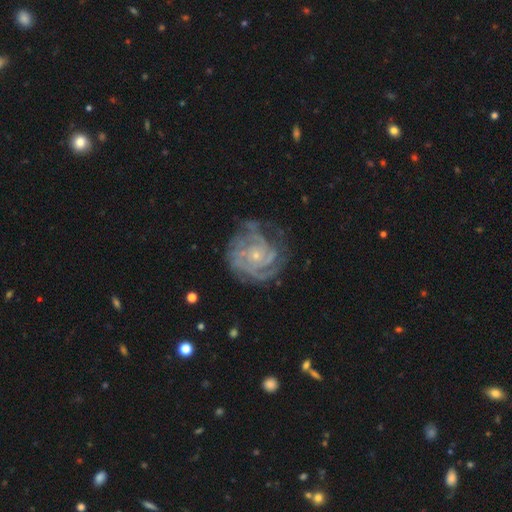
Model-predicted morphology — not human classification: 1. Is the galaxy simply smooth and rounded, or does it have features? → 89% featured or disk, 6% star or artifact, 6% smooth.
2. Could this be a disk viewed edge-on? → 98% no, 2% yes.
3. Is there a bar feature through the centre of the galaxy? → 77% no, 18% weak, 5% strong.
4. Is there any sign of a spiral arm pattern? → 97% yes, 3% no.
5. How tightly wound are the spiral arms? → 74% tight, 22% medium, 4% loose.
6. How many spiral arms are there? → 25% 3, 23% can't tell, 20% 4, 17% 2, 8% more than 4, 7% 1.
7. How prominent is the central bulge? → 82% small, 13% moderate, 3% none, 1% large, 1% dominant.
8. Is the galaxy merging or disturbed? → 66% none, 21% minor disturbance, 12% major disturbance, 2% merger.